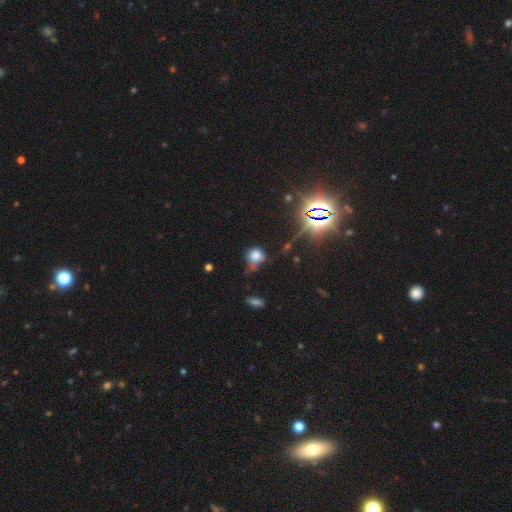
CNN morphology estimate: A smooth galaxy with no disk features (69%) that is round (77%).

Vote fractions:
- Smooth or featured? smooth: 69% / star or artifact: 20% / featured or disk: 11%
- How rounded? round: 77% / in between: 21% / cigar-shaped: 2%
- Merging? none: 40% / minor disturbance: 31% / major disturbance: 17% / merger: 13%